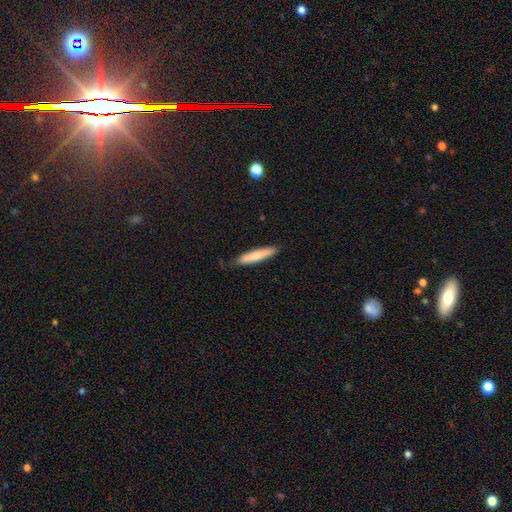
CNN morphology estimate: Smooth or featured? smooth (77%)
How rounded? cigar-shaped (88%)
Merging? none (82%)